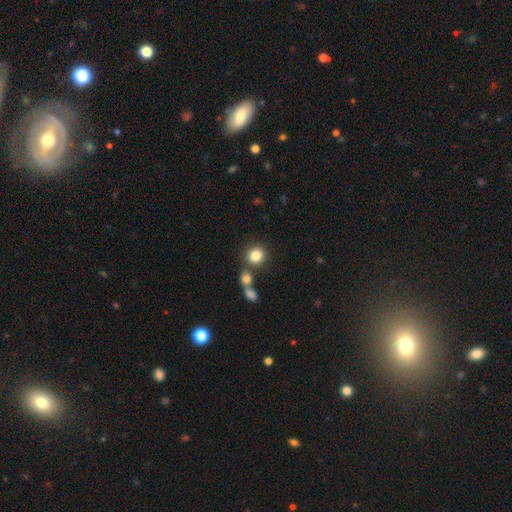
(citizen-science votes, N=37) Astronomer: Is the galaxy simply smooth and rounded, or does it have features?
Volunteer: smooth — 92%.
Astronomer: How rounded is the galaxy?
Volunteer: round — 91%.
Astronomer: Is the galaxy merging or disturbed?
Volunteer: none — 75%.